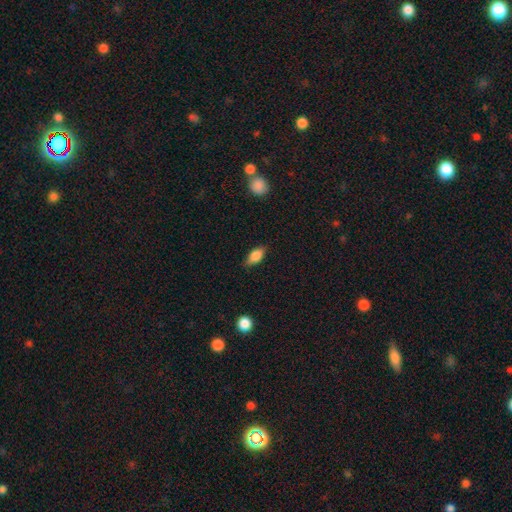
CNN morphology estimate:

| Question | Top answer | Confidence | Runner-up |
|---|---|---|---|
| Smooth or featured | smooth | 80% | featured or disk (13%) |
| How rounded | in between | 85% | cigar-shaped (9%) |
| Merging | none | 77% | minor disturbance (18%) |